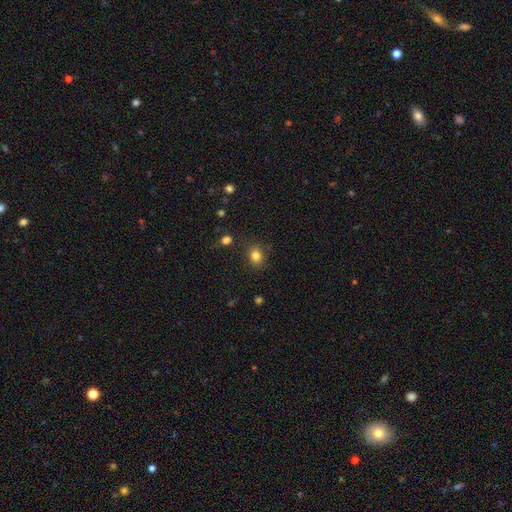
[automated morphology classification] smooth-or-featured: smooth: 82% | star or artifact: 12% | featured or disk: 6%
  how-rounded: round: 53% | in between: 46% | cigar-shaped: 1%
  merging: none: 82% | minor disturbance: 12% | major disturbance: 3% | merger: 2%